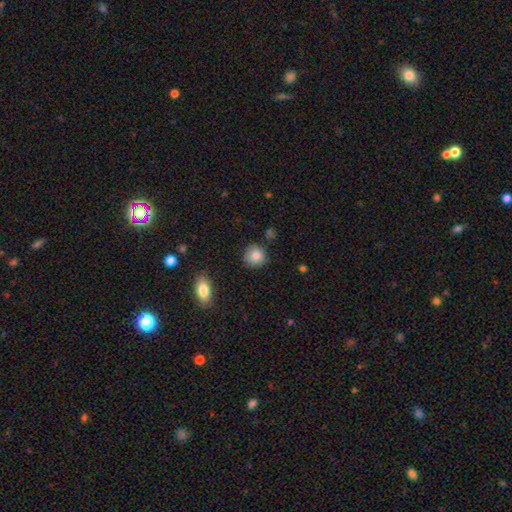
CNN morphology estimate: This is clearly a smooth galaxy (86%). How rounded: clearly round (90%). Merging: clearly none (86%).